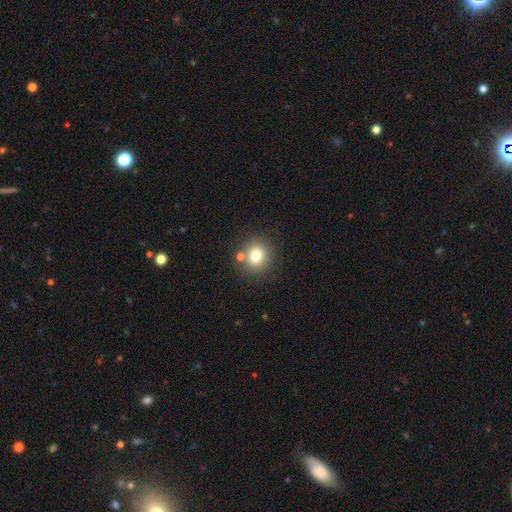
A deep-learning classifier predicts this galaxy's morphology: type=smooth (77%); roundness=round (86%); merging=none (77%).